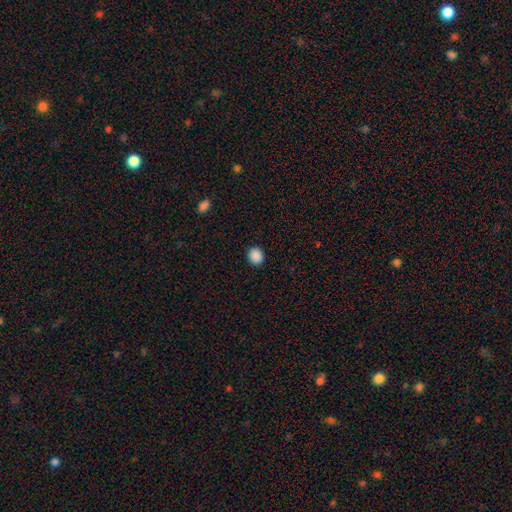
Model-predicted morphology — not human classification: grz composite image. It shows a smooth galaxy with no disk features (89%) that is round (73%). Merging: none (91%).